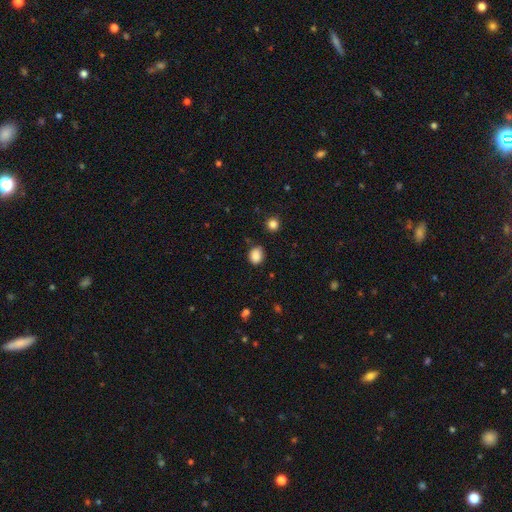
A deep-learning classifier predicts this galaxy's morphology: Smooth or featured: smooth — 86% (star or artifact — 11%)
How rounded: round — 52% (in between — 47%)
Merging: none — 74% (minor disturbance — 20%)